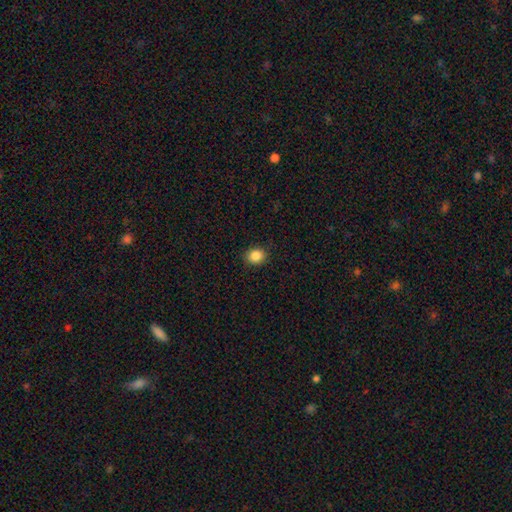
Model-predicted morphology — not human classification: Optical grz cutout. It shows a smooth galaxy with no disk features (87%) that is round (68%). Merging: none (89%).